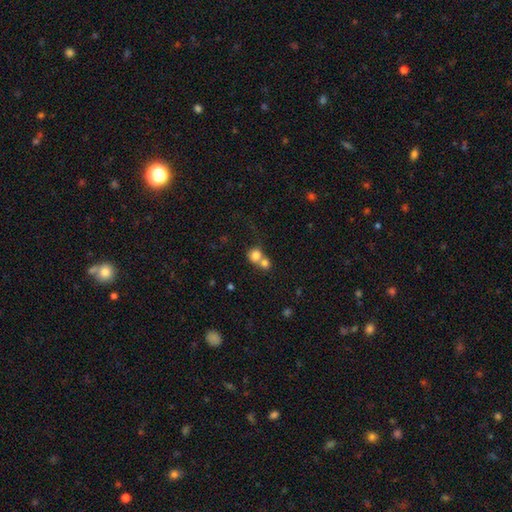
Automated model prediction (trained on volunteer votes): Smooth or featured? smooth (78%)
How rounded? round (80%)
Merging? merger (61%)